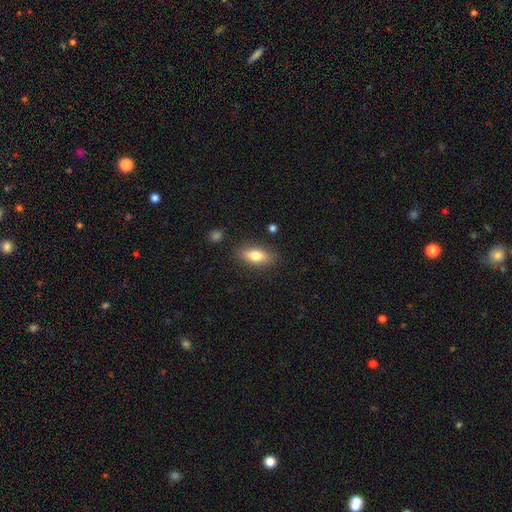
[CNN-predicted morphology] This appears to be a smooth galaxy with no disk features (74%) that is in between round and cigar-shaped (75%). Merging: none (85%).